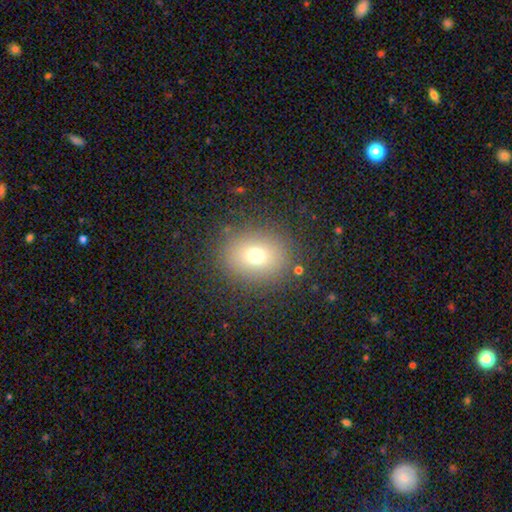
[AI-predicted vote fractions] This is likely a smooth galaxy (71%). How rounded: likely round (63%). Merging: clearly none (85%).